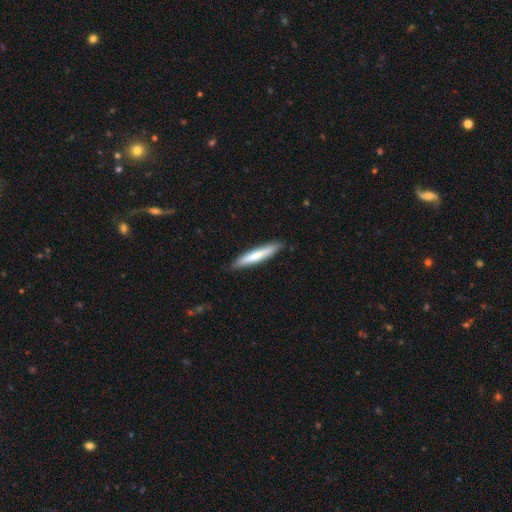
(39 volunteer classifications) smooth_or_featured: smooth (p=0.69) [alt: featured or disk p=0.26]
how_rounded: cigar-shaped (p=0.96) [alt: in between p=0.04]
merging: none (p=0.76) [alt: minor disturbance p=0.08]